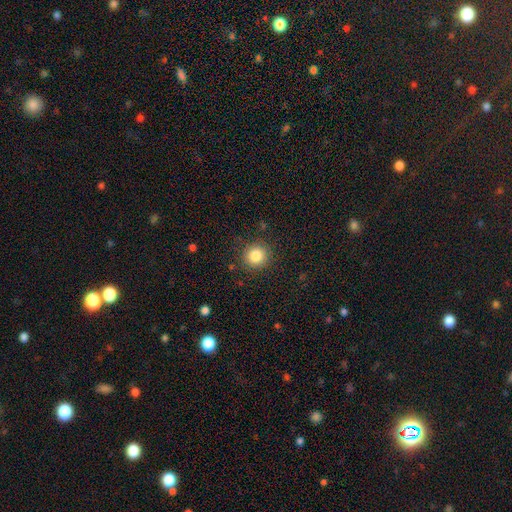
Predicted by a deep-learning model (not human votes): This is clearly a smooth galaxy (83%). How rounded: clearly round (91%). Merging: clearly none (88%).